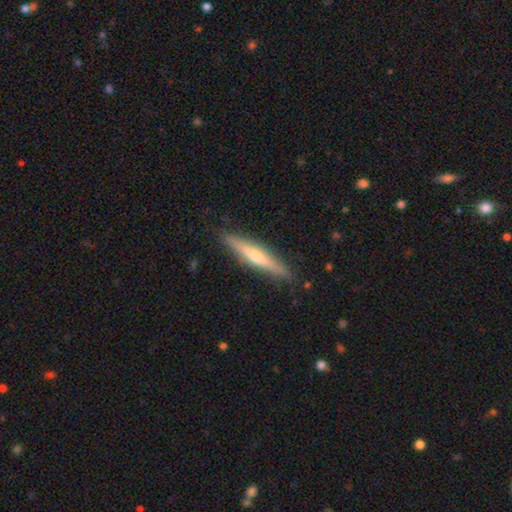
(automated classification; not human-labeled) smooth-or-featured: featured or disk: 59% | smooth: 35% | star or artifact: 6%
  disk-edge-on: yes: 96% | no: 4%
    edge-on-bulge: rounded: 74% | none: 19% | boxy: 6%
  merging: none: 89% | minor disturbance: 8% | major disturbance: 2% | merger: 1%